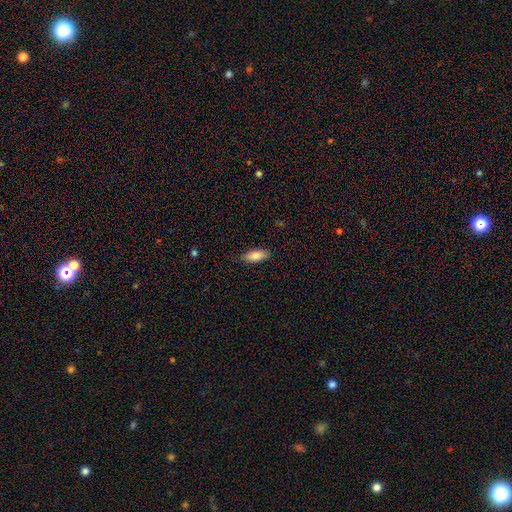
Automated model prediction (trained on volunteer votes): Smooth or featured: smooth — 84% (featured or disk — 10%)
How rounded: in between — 73% (cigar-shaped — 25%)
Merging: none — 85% (minor disturbance — 12%)